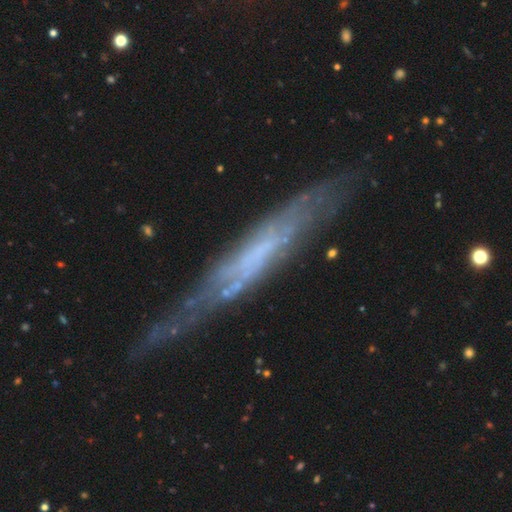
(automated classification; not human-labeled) The model was most divided on "merging": none: 63%, minor disturbance: 24%, major disturbance: 10%, merger: 3%. More confident: smooth or featured — featured or disk (71%); edge-on disk — yes (70%).